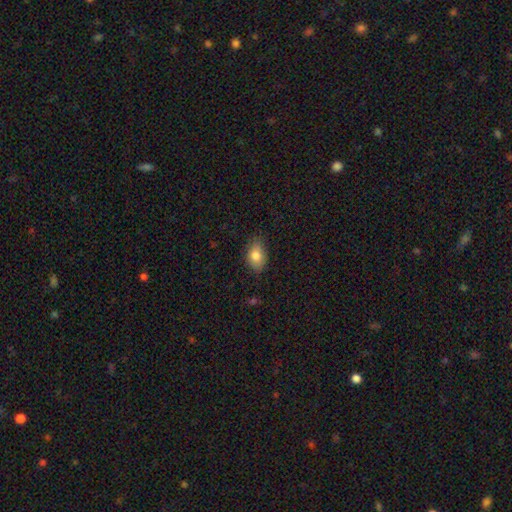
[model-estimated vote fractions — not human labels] A smooth galaxy with no disk features (81%) that is in between round and cigar-shaped (84%).

Vote fractions:
- Smooth or featured? smooth: 81% / featured or disk: 11% / star or artifact: 8%
- How rounded? in between: 84% / round: 15% / cigar-shaped: 2%
- Merging? none: 77% / minor disturbance: 19% / major disturbance: 3% / merger: 1%